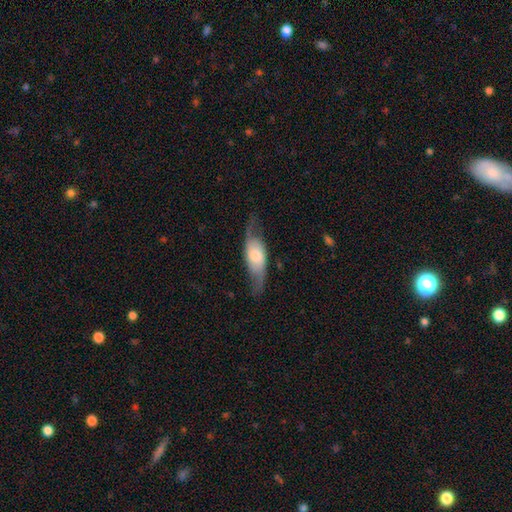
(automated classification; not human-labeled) Q: Smooth or featured?
A: featured or disk (53%); runner-up: smooth (41%)
Q: Edge-on disk?
A: no (70%); runner-up: yes (30%)
Q: Merging?
A: none (56%); runner-up: minor disturbance (26%)